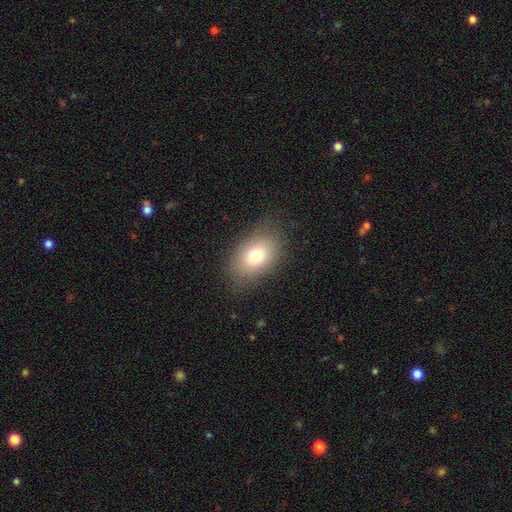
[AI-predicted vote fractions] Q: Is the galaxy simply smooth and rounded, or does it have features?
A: smooth — 75%.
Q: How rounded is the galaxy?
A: in between — 81%.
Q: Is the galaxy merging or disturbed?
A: none — 81%.